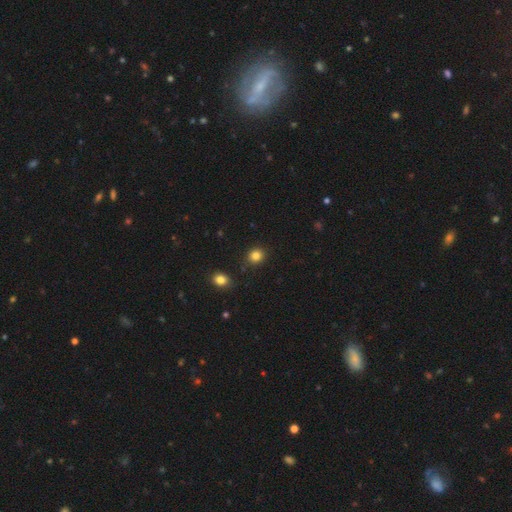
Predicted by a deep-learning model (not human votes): Overall: smooth (83%). How rounded: round (79%). Merging: none (86%).